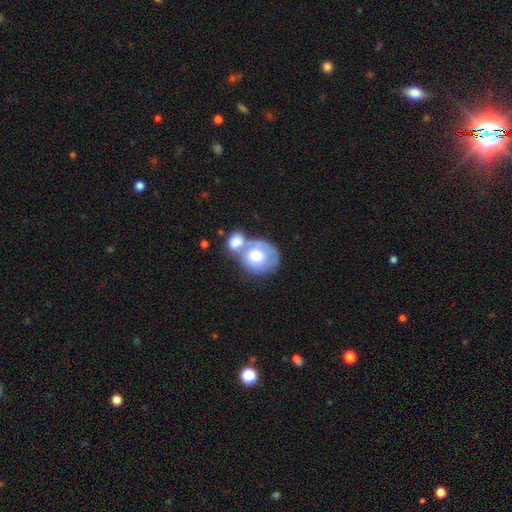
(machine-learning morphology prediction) smooth_or_featured: smooth (p=0.63) [alt: featured or disk p=0.31]
how_rounded: round (p=0.76) [alt: in between p=0.23]
merging: merger (p=0.55) [alt: none p=0.27]